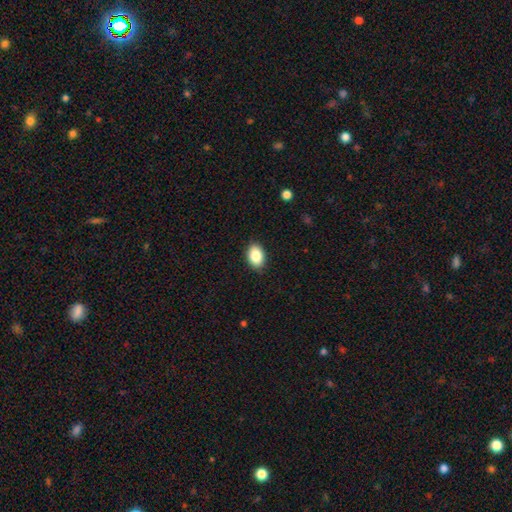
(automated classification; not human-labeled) Smooth or featured: smooth — 86% (star or artifact — 7%)
How rounded: in between — 85% (round — 13%)
Merging: none — 89% (minor disturbance — 9%)